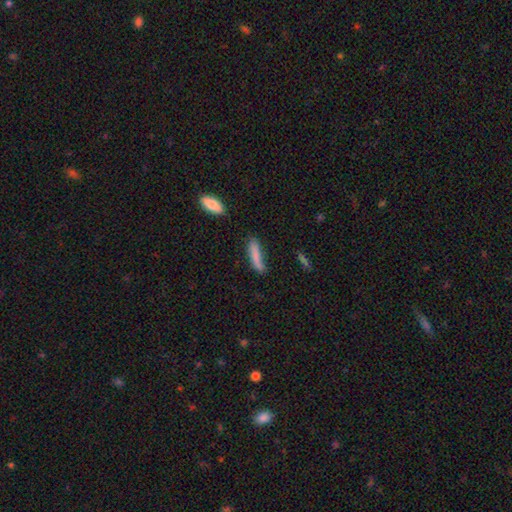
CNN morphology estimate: Smooth or featured? Predicted: smooth (p=0.78). How rounded? Predicted: cigar-shaped (p=0.80). Merging? Predicted: none (p=0.60).